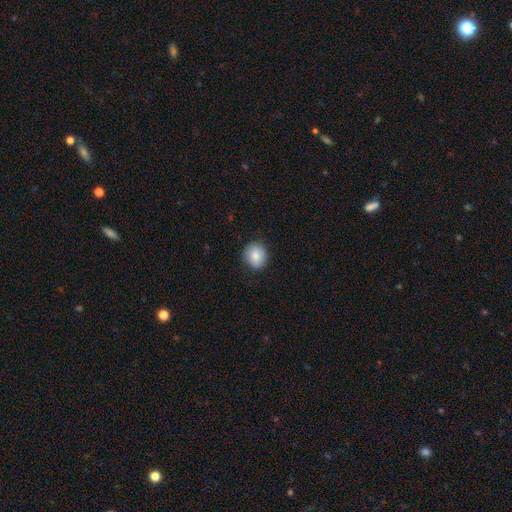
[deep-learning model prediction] Morphology: type=smooth (86%); roundness=round (76%); merging=none (88%).